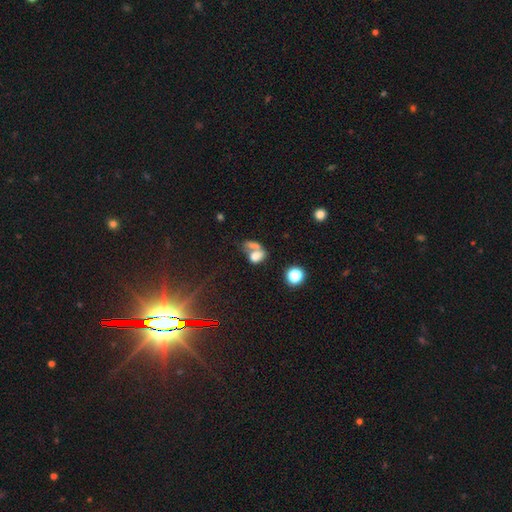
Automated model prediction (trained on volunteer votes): Smooth or featured?
  - smooth: 65% *
  - featured or disk: 19%
  - star or artifact: 16%
How rounded?
  - in between: 71% *
  - round: 26%
  - cigar-shaped: 3%
Merging?
  - merger: 53% *
  - none: 23%
  - major disturbance: 13%
  - minor disturbance: 10%